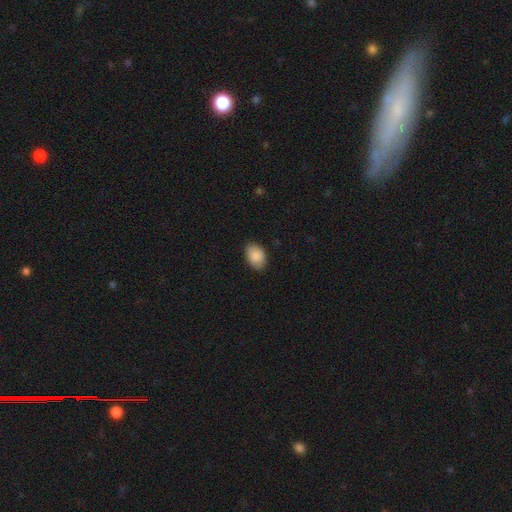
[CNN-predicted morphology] smooth_or_featured: smooth (p=0.90) [alt: star or artifact p=0.07]
how_rounded: in between (p=0.82) [alt: round p=0.17]
merging: none (p=0.85) [alt: minor disturbance p=0.11]